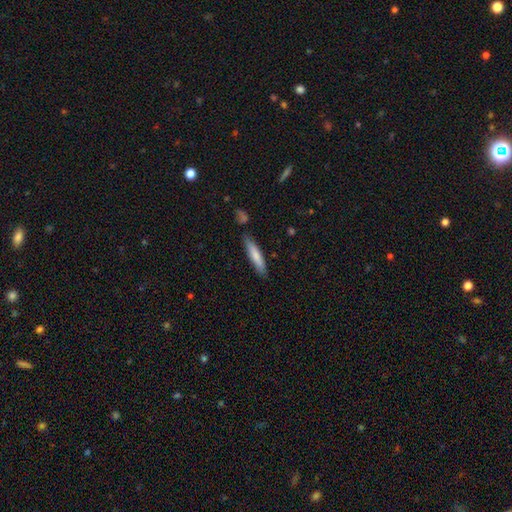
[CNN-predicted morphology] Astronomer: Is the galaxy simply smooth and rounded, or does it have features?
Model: smooth — 75%.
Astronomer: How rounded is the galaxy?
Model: cigar-shaped — 85%.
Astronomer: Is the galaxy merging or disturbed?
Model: none — 79%.